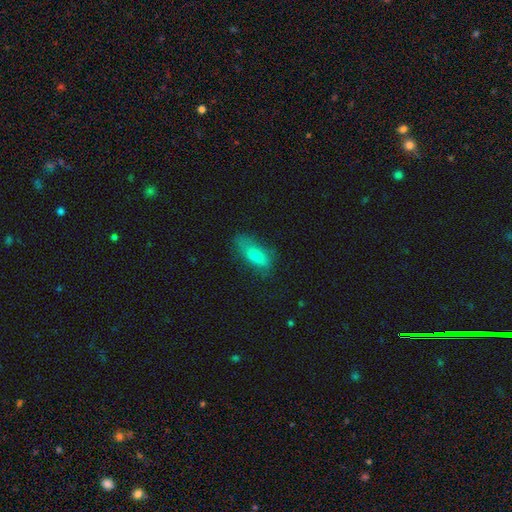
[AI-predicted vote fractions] smooth 73%, featured or disk 19%, star or artifact 8%. Down the decision tree: how rounded — in between (69%); merging — none (59%).